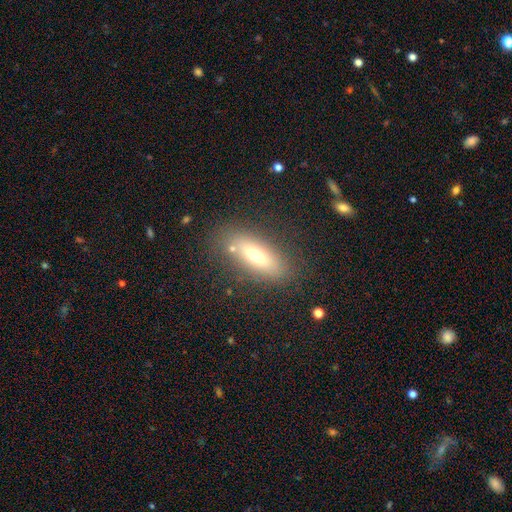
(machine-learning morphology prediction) smooth-or-featured: smooth: 62% | featured or disk: 28% | star or artifact: 10%
  how-rounded: in between: 62% | cigar-shaped: 35% | round: 4%
  merging: none: 79% | minor disturbance: 12% | merger: 5% | major disturbance: 5%